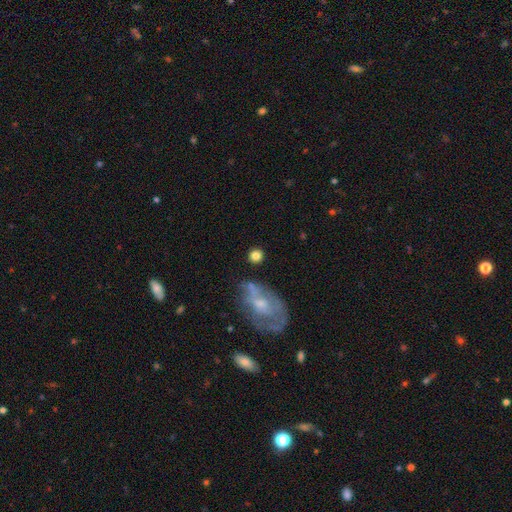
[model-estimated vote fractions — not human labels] Smooth or featured?
  - smooth: 80% *
  - featured or disk: 11%
  - star or artifact: 9%
How rounded?
  - round: 86% *
  - in between: 12%
  - cigar-shaped: 2%
Merging?
  - none: 79% *
  - minor disturbance: 10%
  - merger: 6%
  - major disturbance: 5%